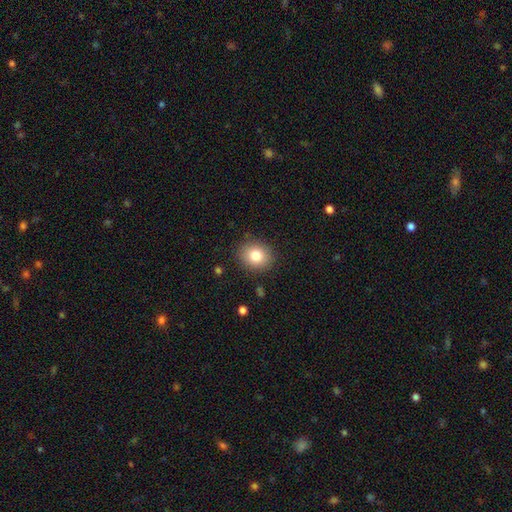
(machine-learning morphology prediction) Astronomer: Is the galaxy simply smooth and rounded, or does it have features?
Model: smooth — 81%.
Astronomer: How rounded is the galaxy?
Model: round — 65%.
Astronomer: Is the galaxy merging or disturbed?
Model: none — 87%.